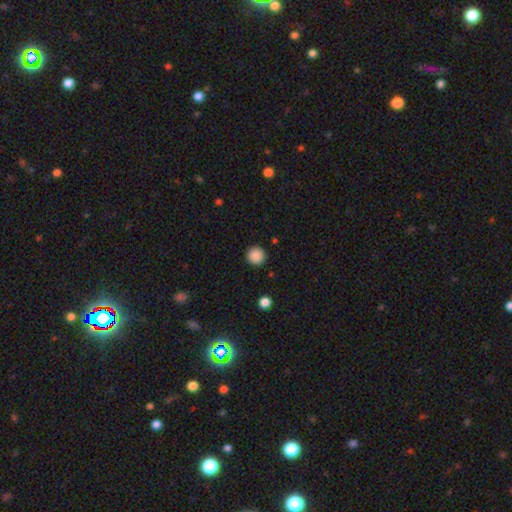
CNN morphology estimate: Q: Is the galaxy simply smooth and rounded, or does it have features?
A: smooth — 88%.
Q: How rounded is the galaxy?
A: round — 96%.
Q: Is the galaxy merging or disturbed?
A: none — 92%.